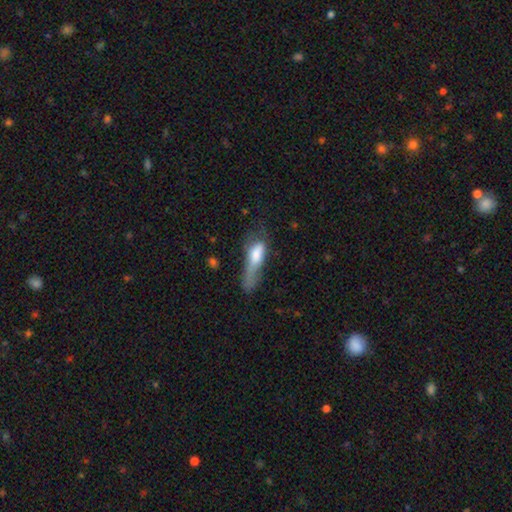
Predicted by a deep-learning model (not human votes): smooth 66%, featured or disk 26%, star or artifact 9%. Down the decision tree: how rounded — in between (53%); merging — major disturbance (52%).